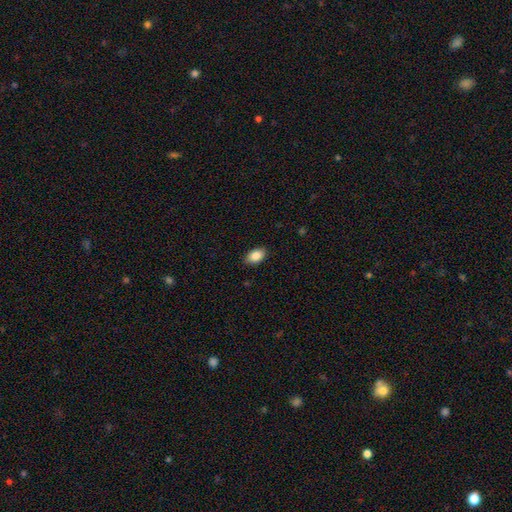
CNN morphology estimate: smooth-or-featured: smooth: 88% | star or artifact: 7% | featured or disk: 4%
  how-rounded: in between: 89% | round: 9% | cigar-shaped: 1%
  merging: none: 87% | minor disturbance: 10% | major disturbance: 2% | merger: 1%